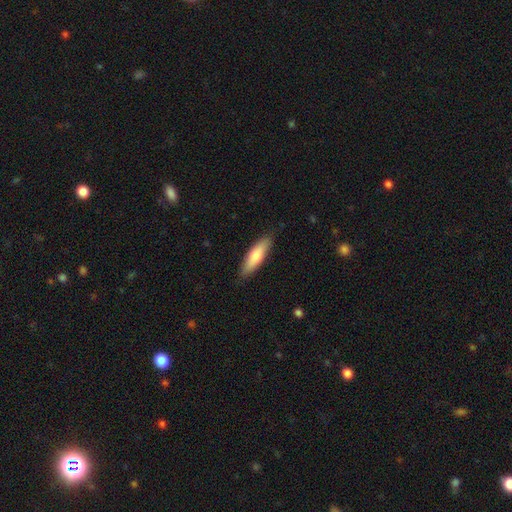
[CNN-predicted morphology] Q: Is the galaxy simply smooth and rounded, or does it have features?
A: smooth — 73%.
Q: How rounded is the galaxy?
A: cigar-shaped — 63%.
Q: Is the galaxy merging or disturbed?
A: none — 86%.